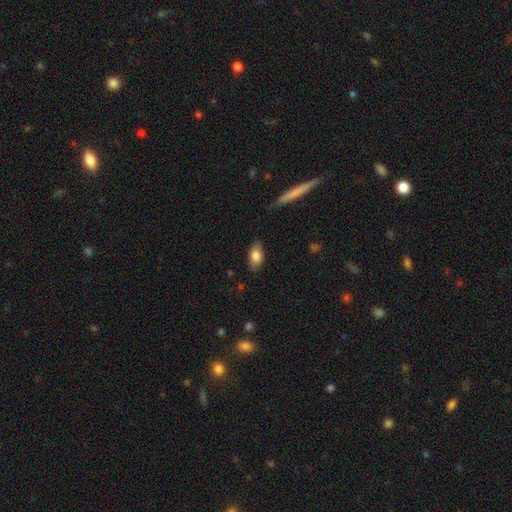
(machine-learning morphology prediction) This appears to be a smooth galaxy with no disk features (82%) that is in between round and cigar-shaped (91%). Merging: none (83%).